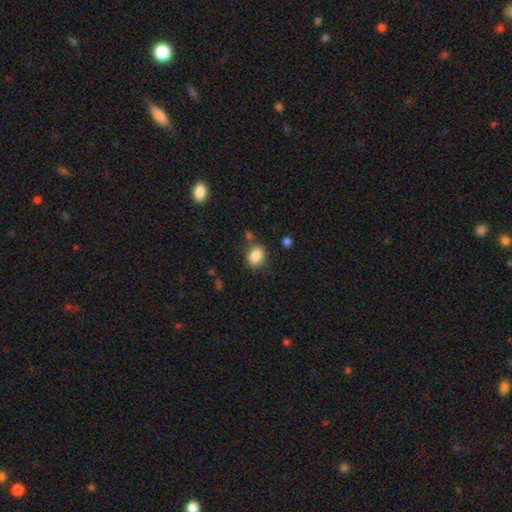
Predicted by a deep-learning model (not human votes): Morphology: type=smooth (85%); roundness=in between (55%); merging=none (76%).